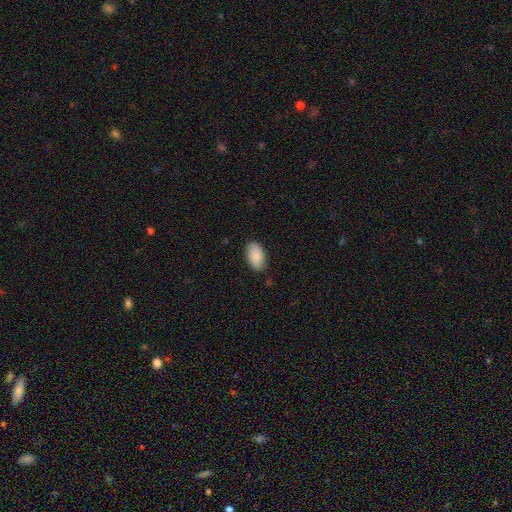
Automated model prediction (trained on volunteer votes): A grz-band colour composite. It shows a smooth galaxy with no disk features (87%) that is in between round and cigar-shaped (94%). Merging: none (81%).